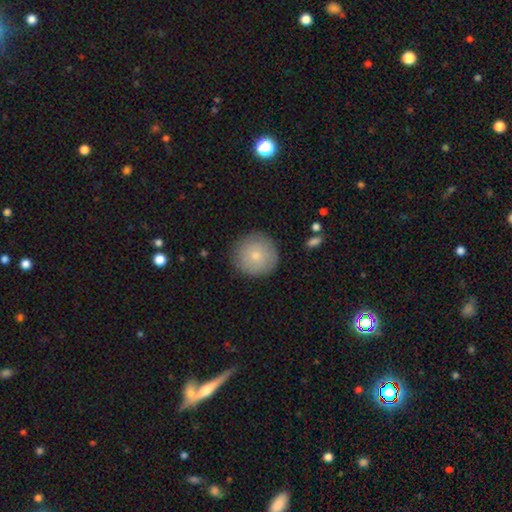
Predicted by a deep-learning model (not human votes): Overall: smooth (79%). How rounded: round (95%). Merging: none (88%).